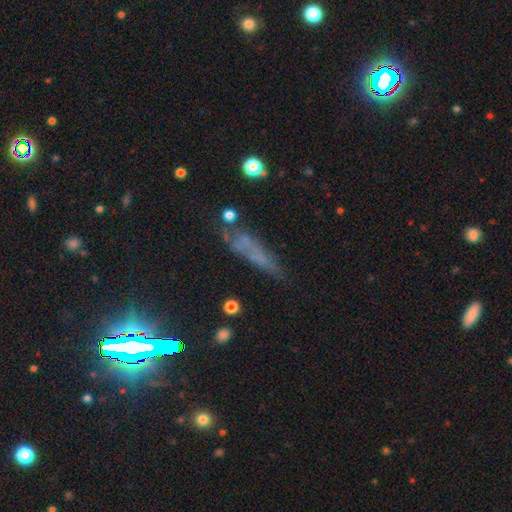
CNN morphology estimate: Smooth or featured: featured or disk — 37% (smooth — 36%)
Merging: none — 51% (minor disturbance — 25%)